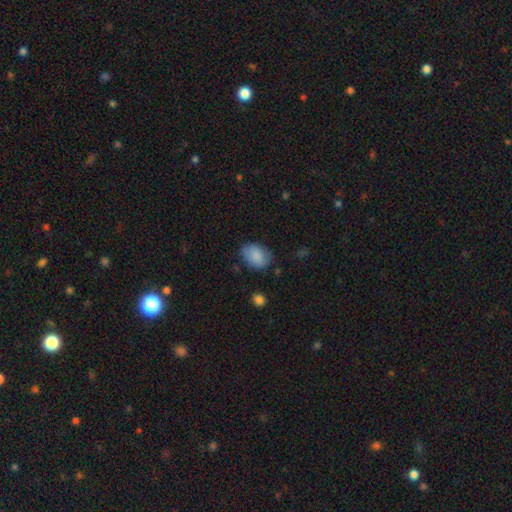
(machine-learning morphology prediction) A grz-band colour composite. It shows a smooth galaxy with no disk features (84%) that is in between round and cigar-shaped (73%). Merging: none (71%).